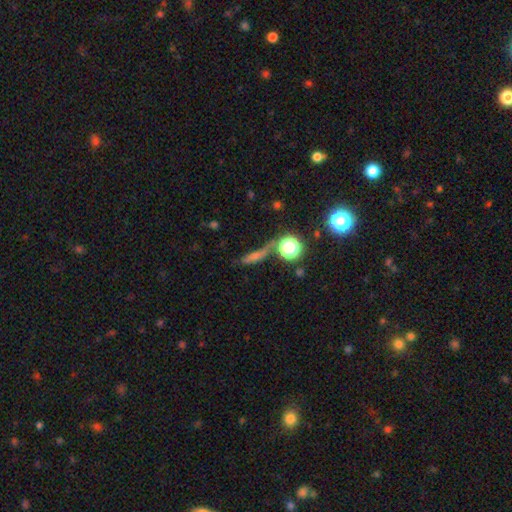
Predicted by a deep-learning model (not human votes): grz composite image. It shows a smooth galaxy with no disk features (40%). Merging: none (62%).